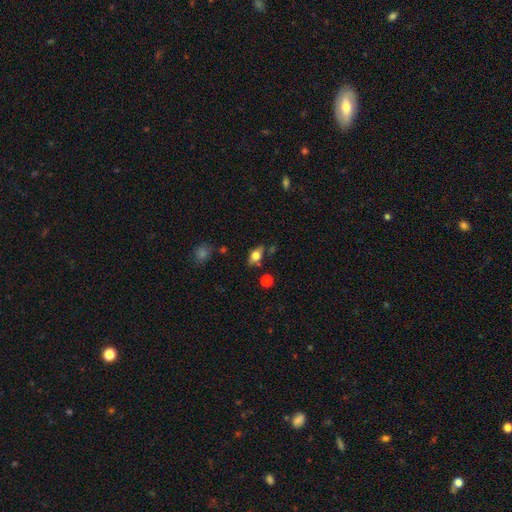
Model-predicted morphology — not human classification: Smooth or featured?
  - smooth: 60% *
  - featured or disk: 30%
  - star or artifact: 9%
How rounded?
  - in between: 78% *
  - cigar-shaped: 11%
  - round: 11%
Merging?
  - none: 72% *
  - minor disturbance: 17%
  - merger: 7%
  - major disturbance: 5%